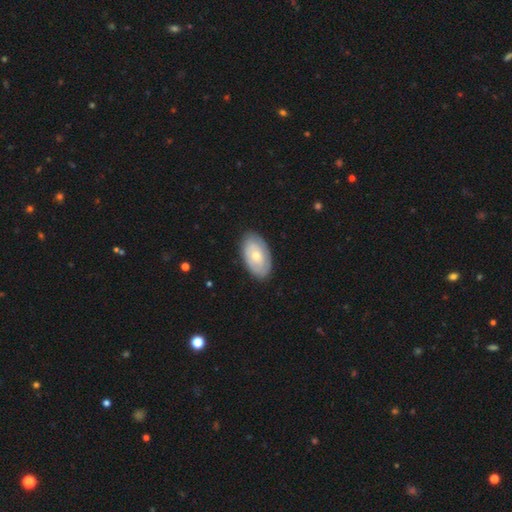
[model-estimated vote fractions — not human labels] Morphology: type=smooth (49%); merging=none (83%).